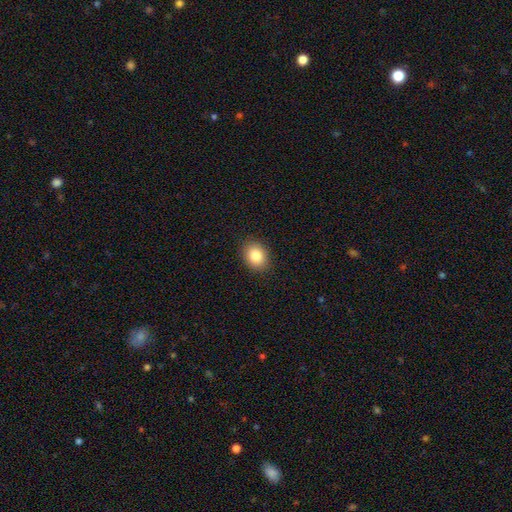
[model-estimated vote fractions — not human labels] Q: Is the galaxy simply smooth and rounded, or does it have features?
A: smooth — 85%.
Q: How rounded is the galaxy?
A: in between — 53%.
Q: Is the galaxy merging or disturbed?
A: none — 89%.